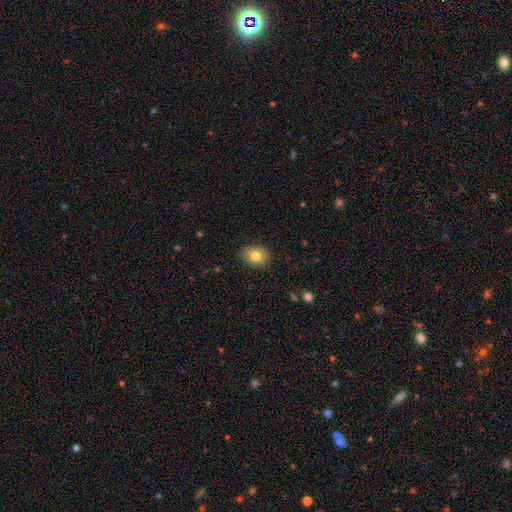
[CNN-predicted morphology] Q: Smooth or featured?
A: smooth (79%); runner-up: featured or disk (12%)
Q: How rounded?
A: in between (50%); runner-up: round (49%)
Q: Merging?
A: none (88%); runner-up: minor disturbance (9%)